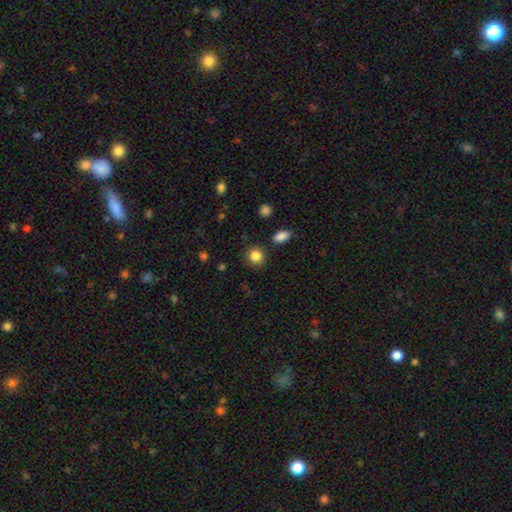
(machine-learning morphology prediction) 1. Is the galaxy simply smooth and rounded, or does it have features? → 85% smooth, 10% star or artifact, 5% featured or disk.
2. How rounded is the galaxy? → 87% round, 12% in between, 1% cigar-shaped.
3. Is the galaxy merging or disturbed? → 86% none, 8% minor disturbance, 3% merger, 3% major disturbance.